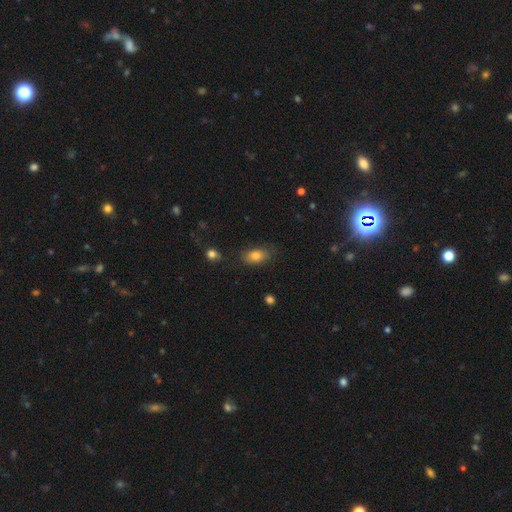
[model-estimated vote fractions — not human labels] Smooth or featured? Predicted: smooth (p=0.81). How rounded? Predicted: in between (p=0.89). Merging? Predicted: none (p=0.75).